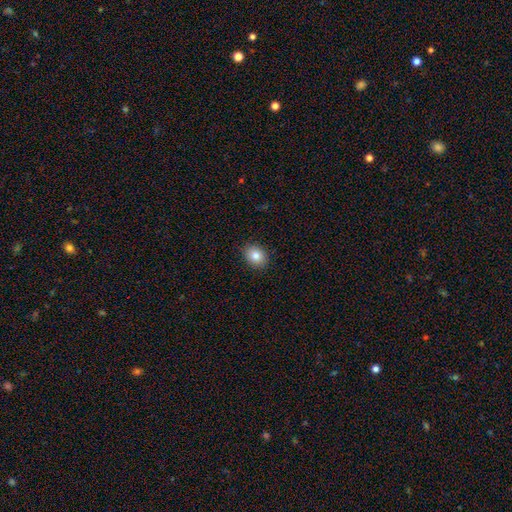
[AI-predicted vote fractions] A smooth galaxy with no disk features (83%) that is in between round and cigar-shaped (55%). Merging: none (89%).